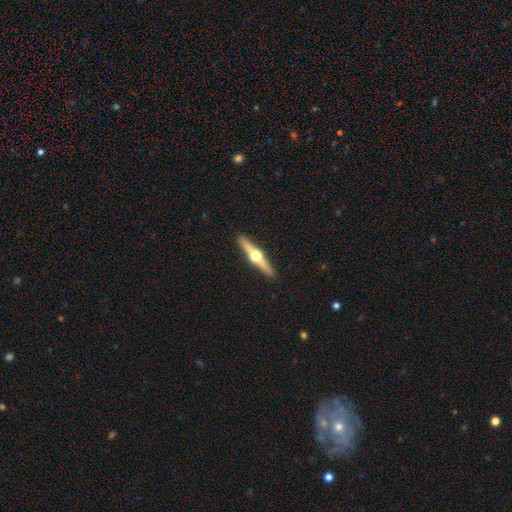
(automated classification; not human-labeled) Smooth or featured?
  - featured or disk: 78% *
  - smooth: 17%
  - star or artifact: 5%
Edge-on disk?
  - yes: 98% *
  - no: 2%
Edge-on bulge?
  - rounded: 97% *
  - boxy: 2%
  - none: 1%
Merging?
  - none: 92% *
  - minor disturbance: 6%
  - major disturbance: 1%
  - merger: 1%